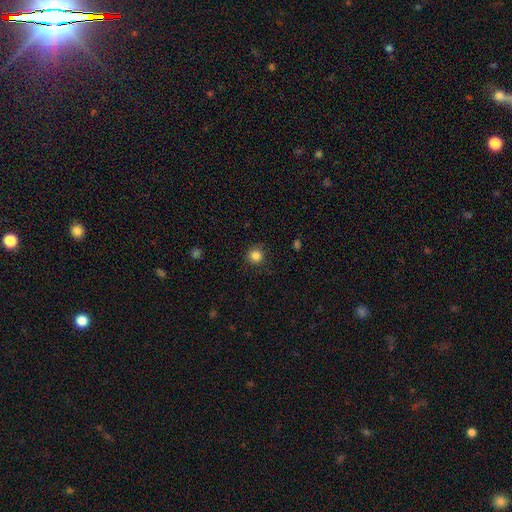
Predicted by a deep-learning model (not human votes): Q: Smooth or featured?
A: smooth (85%); runner-up: star or artifact (11%)
Q: How rounded?
A: round (92%); runner-up: in between (7%)
Q: Merging?
A: none (86%); runner-up: minor disturbance (10%)